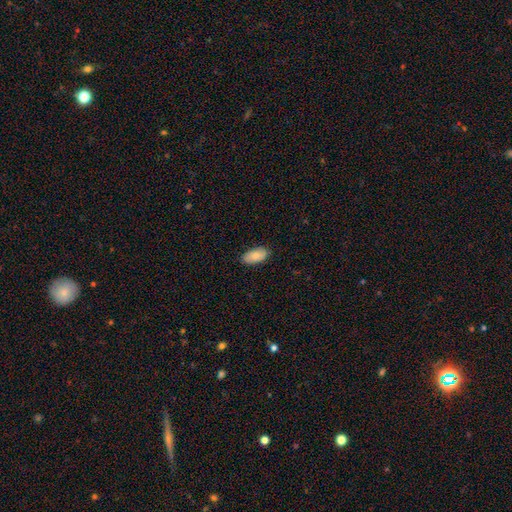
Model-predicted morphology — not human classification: Q: Smooth or featured?
A: smooth (81%); runner-up: featured or disk (13%)
Q: How rounded?
A: in between (94%); runner-up: cigar-shaped (3%)
Q: Merging?
A: none (86%); runner-up: minor disturbance (11%)